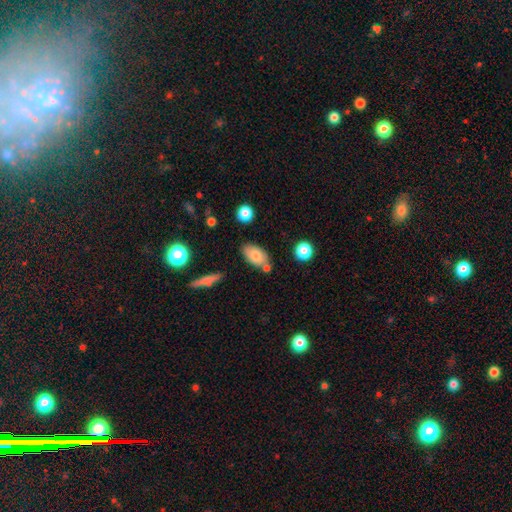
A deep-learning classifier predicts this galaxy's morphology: A smooth galaxy with no disk features (77%) that is in between round and cigar-shaped (92%).

Vote fractions:
- Smooth or featured? smooth: 77% / featured or disk: 15% / star or artifact: 8%
- How rounded? in between: 92% / round: 6% / cigar-shaped: 3%
- Merging? none: 70% / minor disturbance: 15% / merger: 12% / major disturbance: 4%